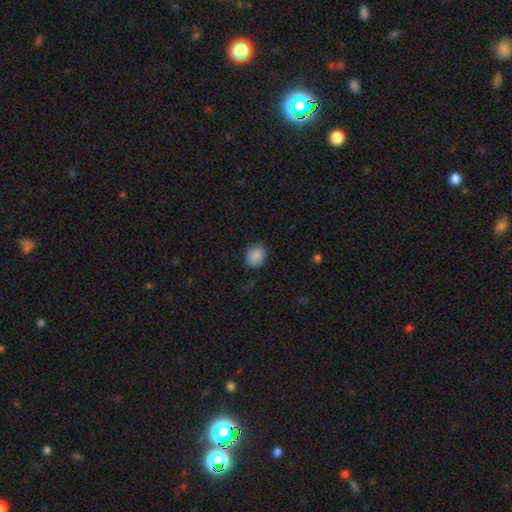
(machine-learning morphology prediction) Smooth or featured? Predicted: smooth (p=0.88). How rounded? Predicted: in between (p=0.56). Merging? Predicted: none (p=0.84).